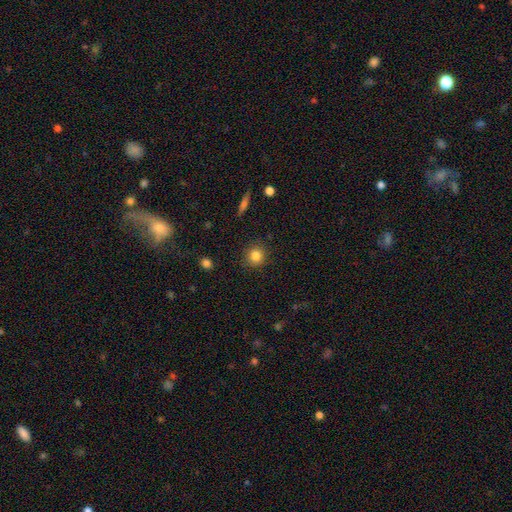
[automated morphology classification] The model was most divided on "smooth or featured": smooth: 84%, star or artifact: 10%, featured or disk: 6%. More confident: how rounded — round (90%); merging — none (88%).